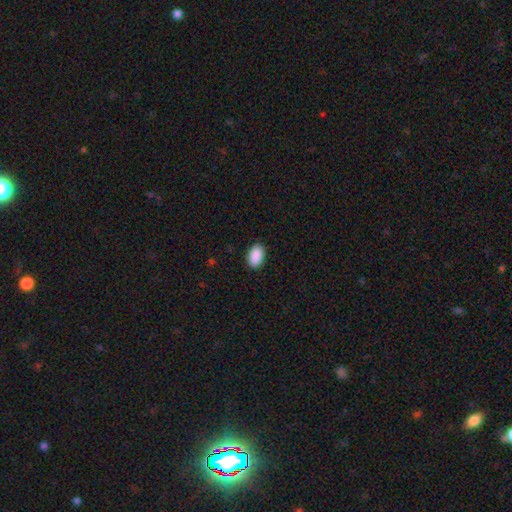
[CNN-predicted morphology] type=smooth (91%); roundness=in between (91%); merging=none (89%).